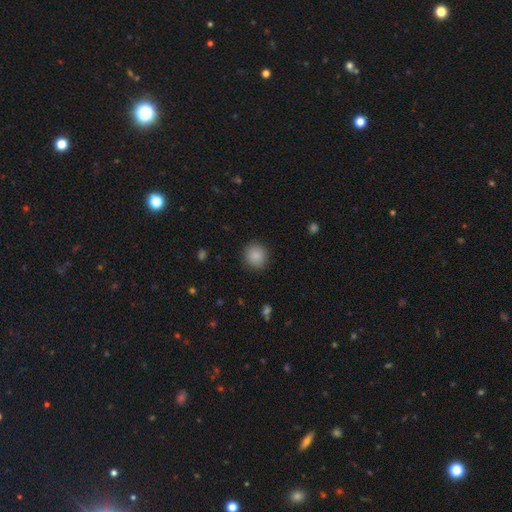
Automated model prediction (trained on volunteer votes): smooth_or_featured: smooth (p=0.87) [alt: star or artifact p=0.09]
how_rounded: round (p=0.90) [alt: in between p=0.09]
merging: none (p=0.90) [alt: minor disturbance p=0.07]